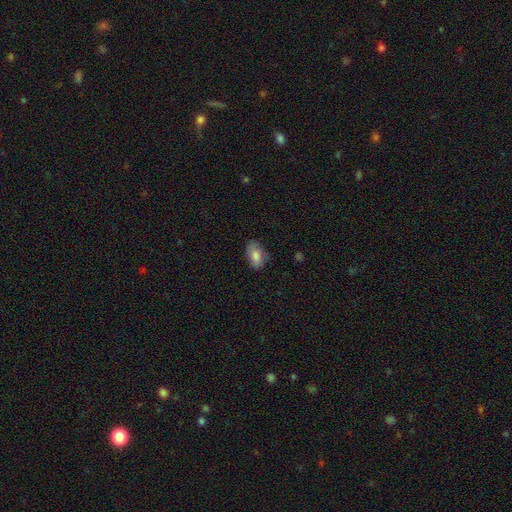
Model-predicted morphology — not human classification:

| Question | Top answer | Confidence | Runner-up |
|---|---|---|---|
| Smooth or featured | smooth | 81% | featured or disk (11%) |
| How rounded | in between | 90% | round (8%) |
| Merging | none | 69% | minor disturbance (24%) |